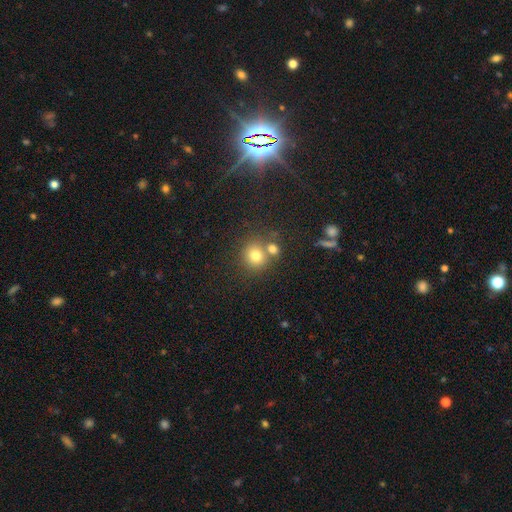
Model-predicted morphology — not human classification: This is likely a smooth galaxy (75%). How rounded: clearly round (84%). Merging: possibly none (57%).